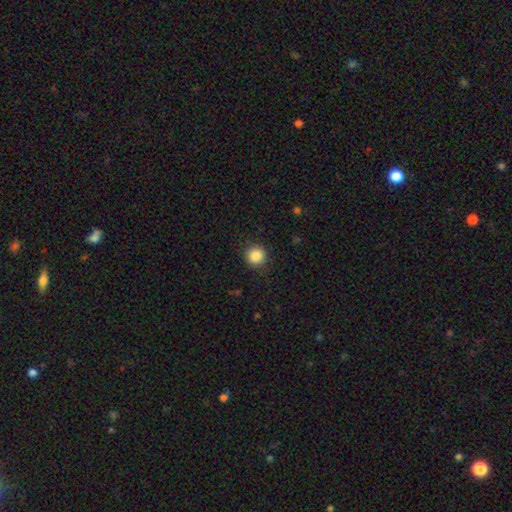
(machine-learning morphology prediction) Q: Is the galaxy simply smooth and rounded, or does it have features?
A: smooth — 87%.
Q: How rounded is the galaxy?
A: round — 94%.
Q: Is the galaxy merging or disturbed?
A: none — 89%.